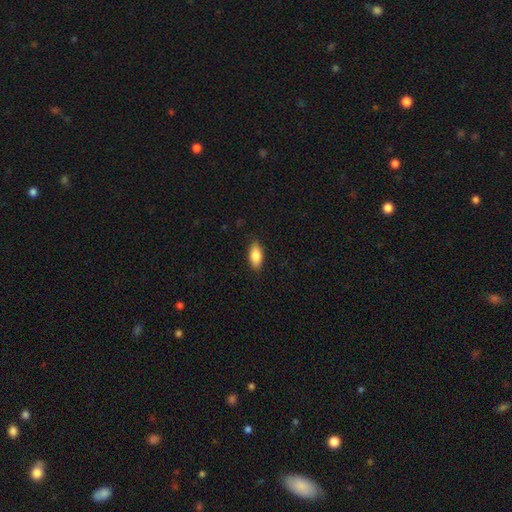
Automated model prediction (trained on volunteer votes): Overall: smooth (84%). How rounded: in between (86%). Merging: none (86%).